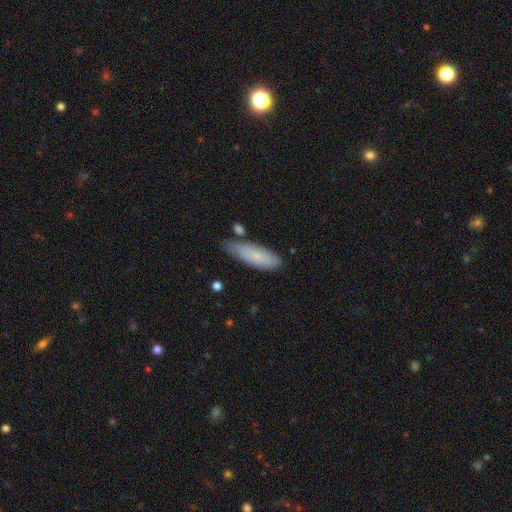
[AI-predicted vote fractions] Morphology: type=smooth (75%); roundness=in between (57%); merging=none (64%).